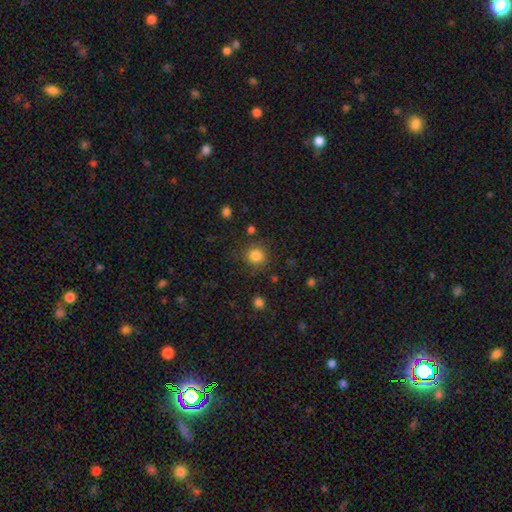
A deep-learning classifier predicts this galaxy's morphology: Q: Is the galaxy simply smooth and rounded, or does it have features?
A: smooth — 83%.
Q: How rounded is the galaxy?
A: round — 92%.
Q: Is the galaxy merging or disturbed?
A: none — 85%.